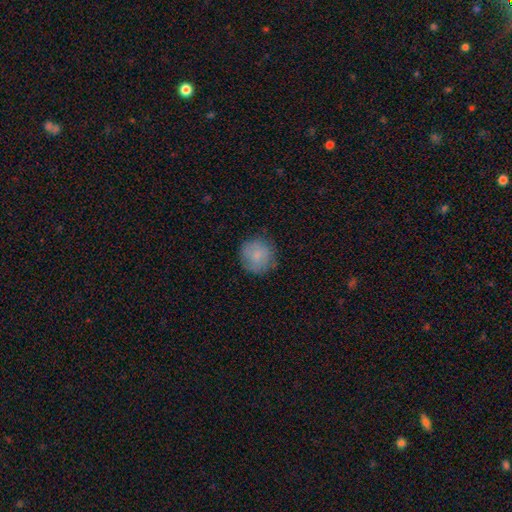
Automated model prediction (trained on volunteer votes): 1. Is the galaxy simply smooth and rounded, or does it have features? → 81% smooth, 11% featured or disk, 8% star or artifact.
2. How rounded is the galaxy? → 92% round, 7% in between, 1% cigar-shaped.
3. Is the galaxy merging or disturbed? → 81% none, 14% minor disturbance, 4% major disturbance, 1% merger.